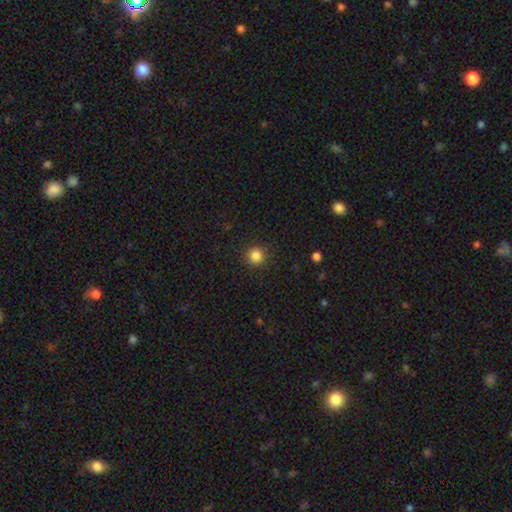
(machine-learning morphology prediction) Overall: smooth (85%). How rounded: round (95%). Merging: none (91%).